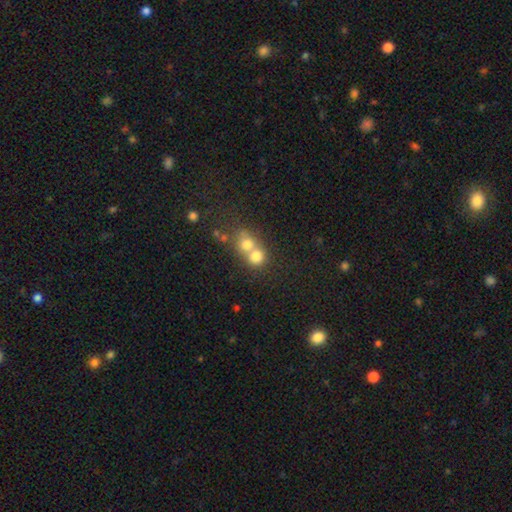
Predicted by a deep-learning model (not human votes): This is likely a smooth galaxy (71%). How rounded: likely round (79%). Merging: likely merger (65%).